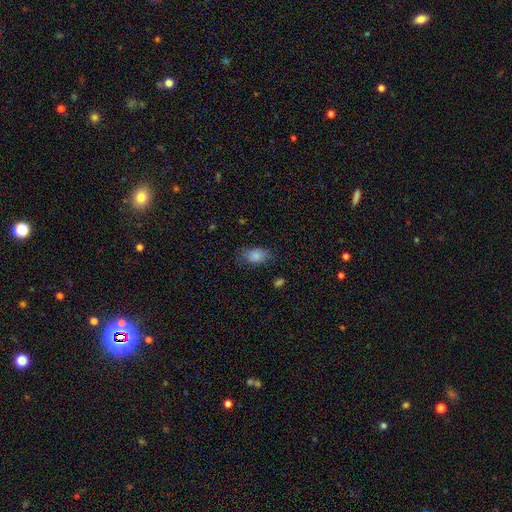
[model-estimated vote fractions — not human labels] Q: Smooth or featured?
A: smooth (82%); runner-up: featured or disk (10%)
Q: How rounded?
A: in between (87%); runner-up: round (11%)
Q: Merging?
A: none (63%); runner-up: minor disturbance (26%)